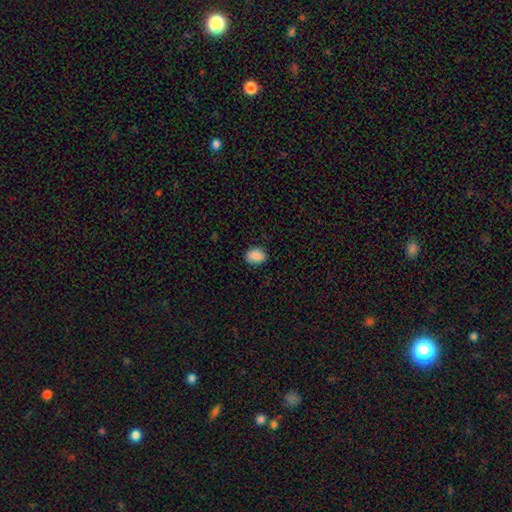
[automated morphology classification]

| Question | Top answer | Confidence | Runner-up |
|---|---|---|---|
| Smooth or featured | smooth | 88% | star or artifact (8%) |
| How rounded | in between | 66% | round (33%) |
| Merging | none | 84% | minor disturbance (13%) |